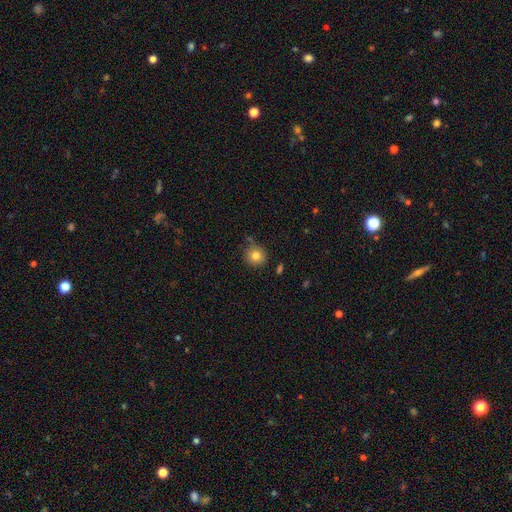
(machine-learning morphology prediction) This is clearly a smooth galaxy (82%). How rounded: clearly round (91%). Merging: likely none (77%).